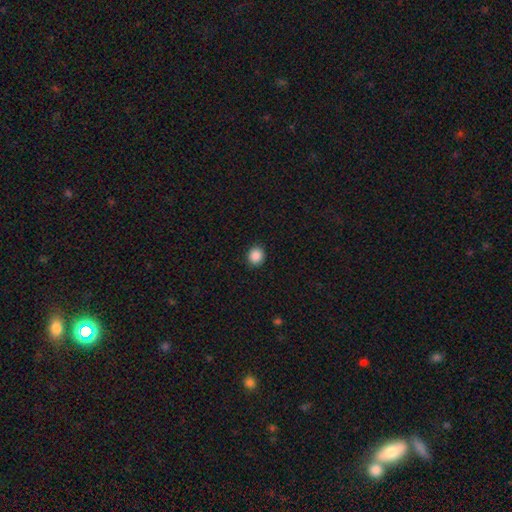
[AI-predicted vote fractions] The model was most divided on "how rounded": round: 86%, in between: 14%, cigar-shaped: 1%. More confident: merging — none (91%); smooth or featured — smooth (88%).